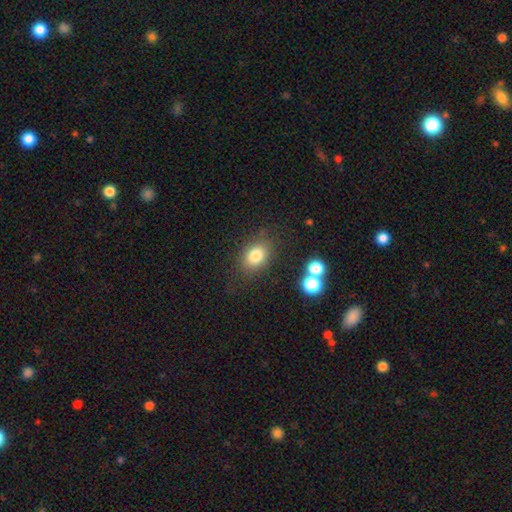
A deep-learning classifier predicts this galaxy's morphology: smooth_or_featured: smooth (p=0.80) [alt: star or artifact p=0.11]
how_rounded: in between (p=0.64) [alt: round p=0.35]
merging: none (p=0.78) [alt: minor disturbance p=0.13]